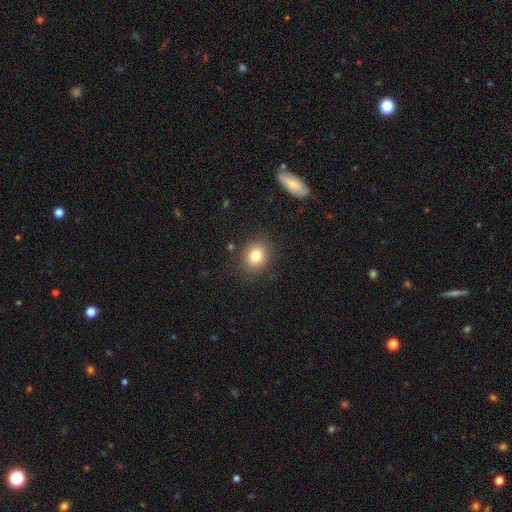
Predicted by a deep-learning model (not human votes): Smooth or featured? Predicted: smooth (p=0.80). How rounded? Predicted: round (p=0.65). Merging? Predicted: none (p=0.86).